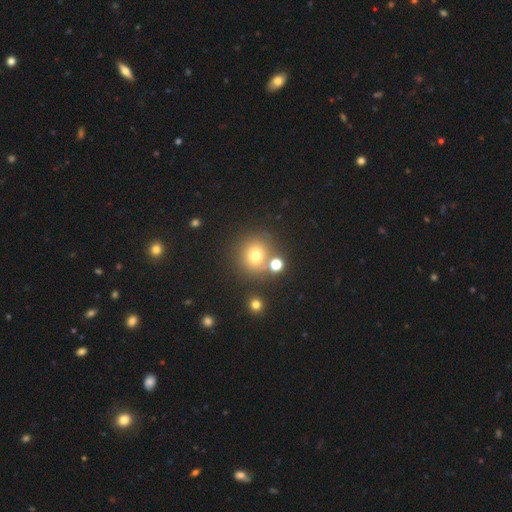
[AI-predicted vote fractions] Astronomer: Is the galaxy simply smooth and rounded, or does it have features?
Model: smooth — 71%.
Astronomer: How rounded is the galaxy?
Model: round — 90%.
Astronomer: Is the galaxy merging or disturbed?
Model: none — 70%.